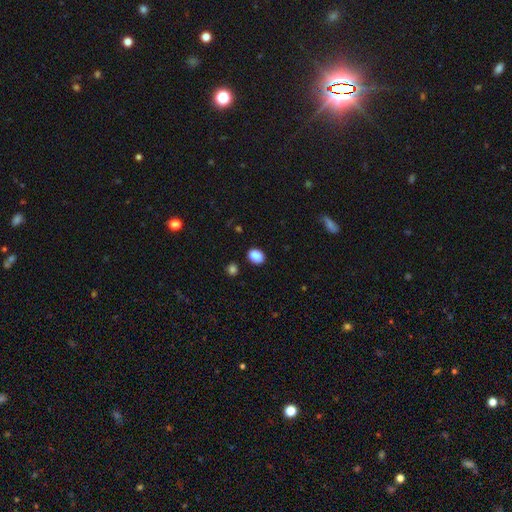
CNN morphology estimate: smooth_or_featured: smooth (p=0.88) [alt: star or artifact p=0.09]
how_rounded: in between (p=0.65) [alt: round p=0.34]
merging: none (p=0.88) [alt: minor disturbance p=0.08]